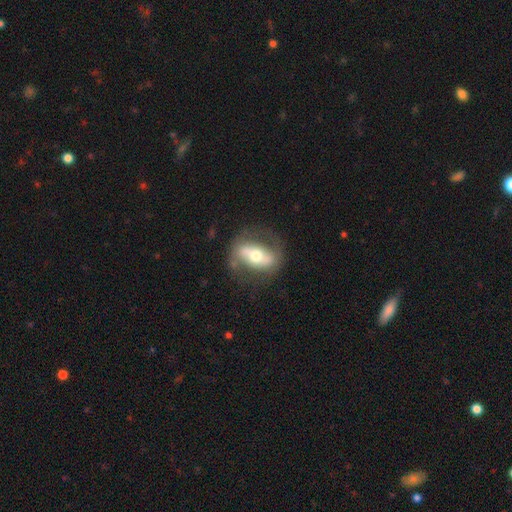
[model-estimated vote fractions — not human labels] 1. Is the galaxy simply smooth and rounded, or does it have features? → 62% featured or disk, 32% smooth, 6% star or artifact.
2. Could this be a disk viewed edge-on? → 81% no, 19% yes.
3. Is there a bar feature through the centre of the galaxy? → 55% strong, 25% no, 20% weak.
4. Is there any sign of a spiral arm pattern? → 56% no, 44% yes.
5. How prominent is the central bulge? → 67% moderate, 18% small, 13% large, 2% dominant, 1% none.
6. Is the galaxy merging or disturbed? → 70% none, 17% minor disturbance, 11% major disturbance, 2% merger.